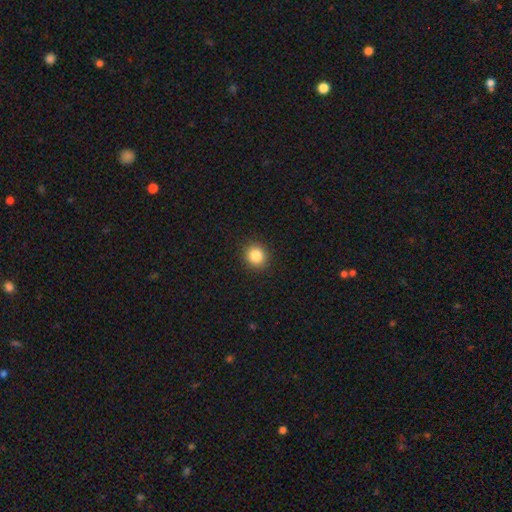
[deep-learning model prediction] The model was most divided on "smooth or featured": smooth: 85%, star or artifact: 10%, featured or disk: 5%. More confident: merging — none (92%); how rounded — round (89%).